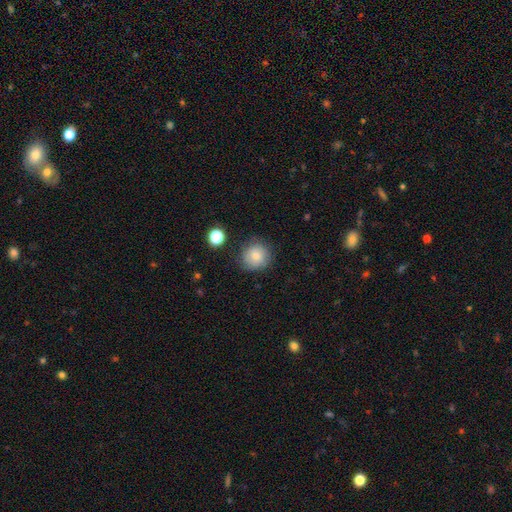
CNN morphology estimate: type=smooth (81%); roundness=round (90%); merging=none (79%).